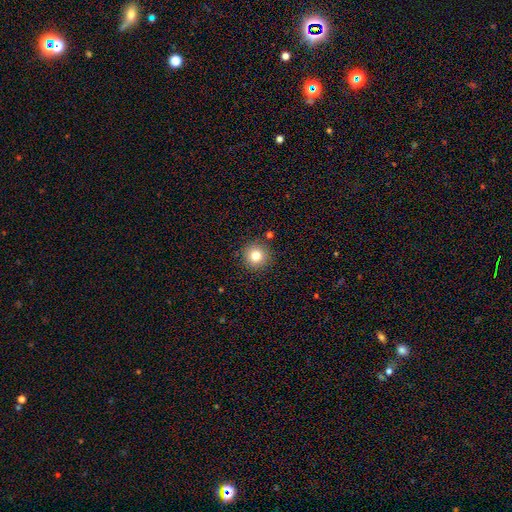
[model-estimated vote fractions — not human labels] Overall: smooth (81%). How rounded: round (95%). Merging: none (89%).